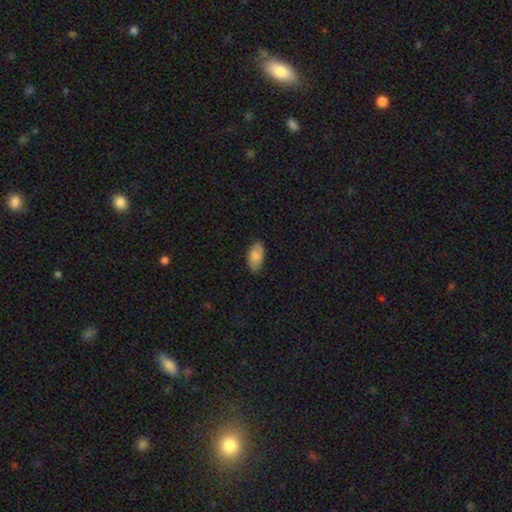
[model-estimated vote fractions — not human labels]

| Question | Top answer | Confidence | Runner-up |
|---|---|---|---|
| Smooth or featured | smooth | 81% | featured or disk (13%) |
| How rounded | in between | 94% | cigar-shaped (3%) |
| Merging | none | 83% | minor disturbance (13%) |